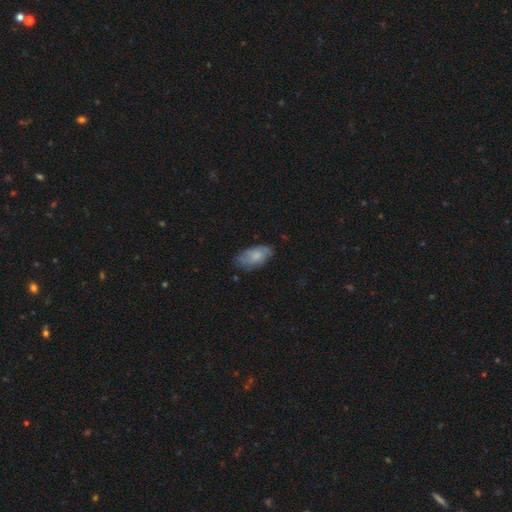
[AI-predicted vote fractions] Smooth or featured? smooth (63%)
How rounded? in between (92%)
Merging? none (65%)